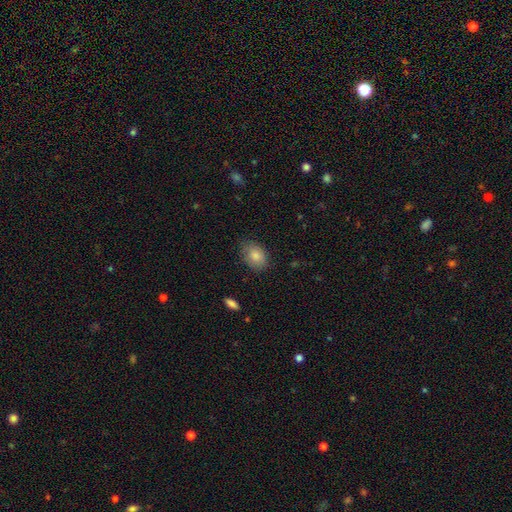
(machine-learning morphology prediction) Smooth or featured?
  - smooth: 84% *
  - featured or disk: 9%
  - star or artifact: 7%
How rounded?
  - in between: 75% *
  - round: 24%
  - cigar-shaped: 1%
Merging?
  - none: 76% *
  - minor disturbance: 19%
  - major disturbance: 4%
  - merger: 1%